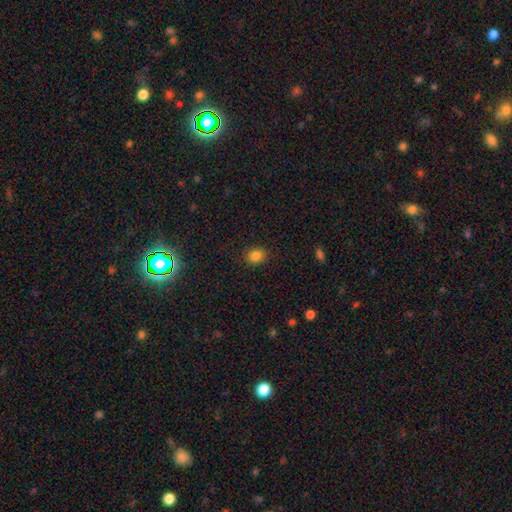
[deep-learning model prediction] Smooth or featured? smooth (84%)
How rounded? round (55%)
Merging? none (89%)